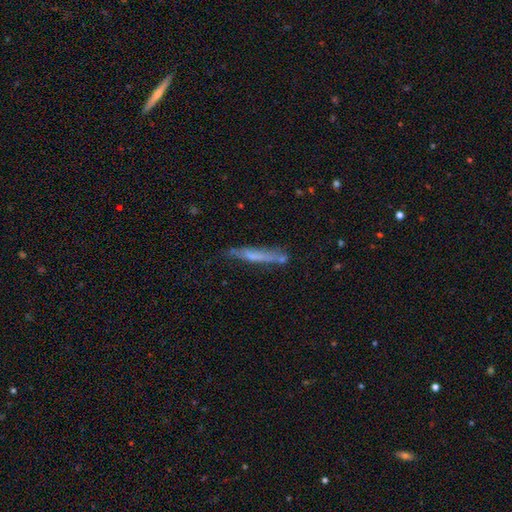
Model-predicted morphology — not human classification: Smooth or featured? Predicted: smooth (p=0.51). How rounded? Predicted: cigar-shaped (p=0.93). Merging? Predicted: none (p=0.65).